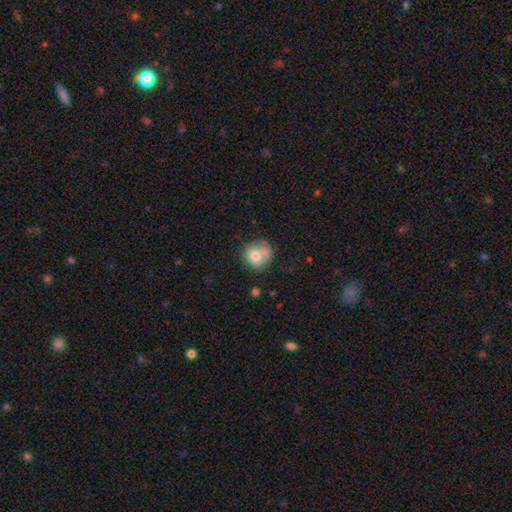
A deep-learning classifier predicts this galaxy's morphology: Smooth or featured?
  - smooth: 73% *
  - featured or disk: 18%
  - star or artifact: 8%
How rounded?
  - round: 83% *
  - in between: 16%
  - cigar-shaped: 1%
Merging?
  - none: 49% *
  - merger: 28%
  - minor disturbance: 16%
  - major disturbance: 6%